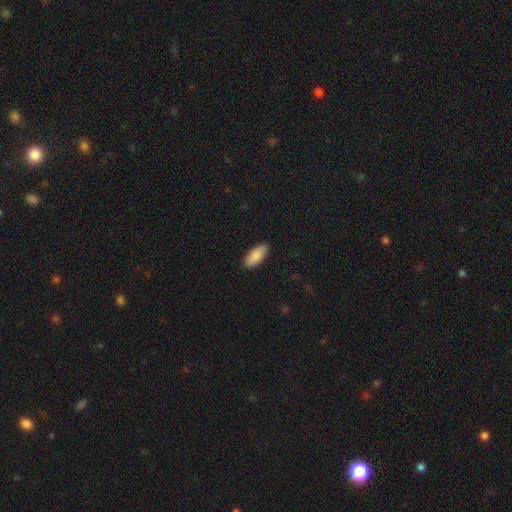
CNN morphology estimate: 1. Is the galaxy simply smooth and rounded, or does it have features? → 89% smooth, 6% star or artifact, 6% featured or disk.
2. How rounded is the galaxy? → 87% in between, 11% cigar-shaped, 2% round.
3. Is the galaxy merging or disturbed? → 88% none, 9% minor disturbance, 2% major disturbance, 1% merger.